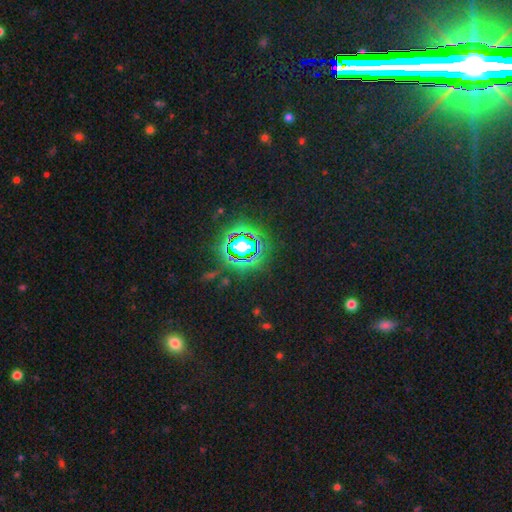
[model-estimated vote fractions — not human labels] smooth-or-featured: star or artifact: 78% | smooth: 14% | featured or disk: 8%